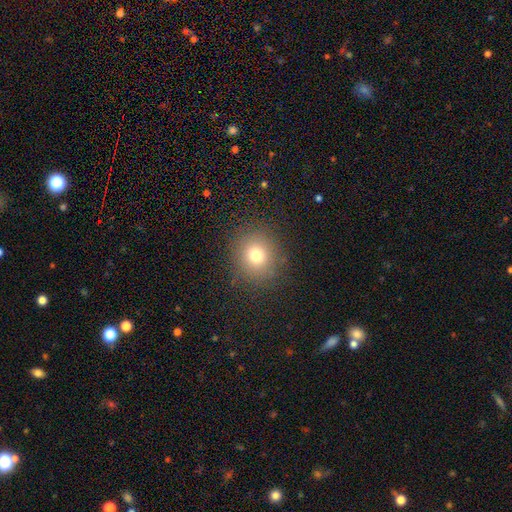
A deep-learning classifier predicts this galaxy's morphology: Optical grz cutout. It shows a smooth galaxy with no disk features (75%) that is round (86%). Merging: none (87%).